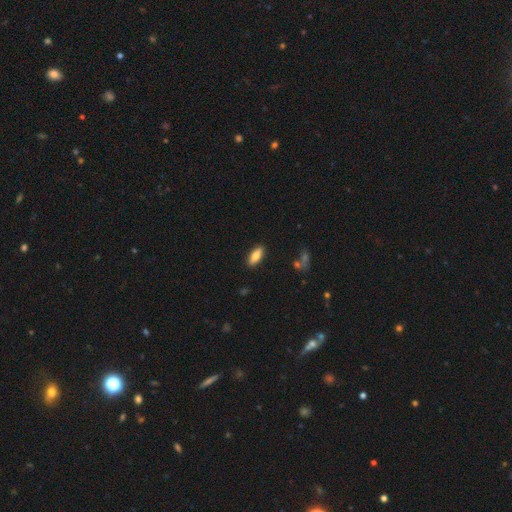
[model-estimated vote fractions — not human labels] A smooth galaxy with no disk features (78%) that is in between round and cigar-shaped (77%).

Vote fractions:
- Smooth or featured? smooth: 78% / featured or disk: 15% / star or artifact: 6%
- How rounded? in between: 77% / cigar-shaped: 20% / round: 2%
- Merging? none: 88% / minor disturbance: 8% / major disturbance: 2% / merger: 1%